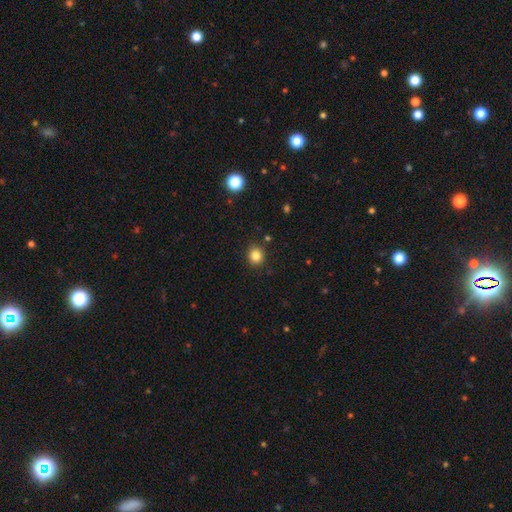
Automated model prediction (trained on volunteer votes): Smooth or featured?
  - smooth: 83% *
  - star or artifact: 12%
  - featured or disk: 5%
How rounded?
  - round: 82% *
  - in between: 17%
  - cigar-shaped: 1%
Merging?
  - none: 89% *
  - minor disturbance: 7%
  - merger: 2%
  - major disturbance: 2%